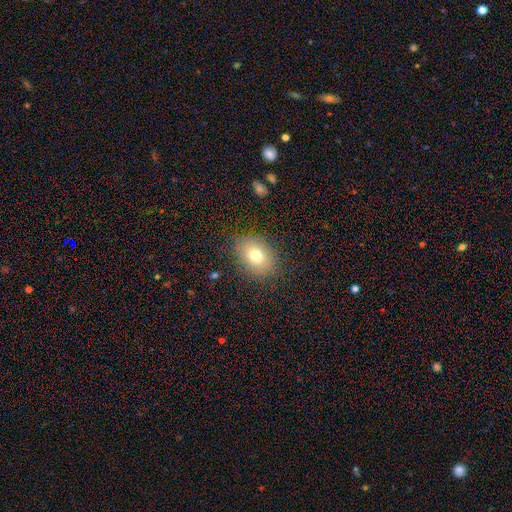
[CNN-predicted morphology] Smooth or featured? Predicted: smooth (p=0.75). How rounded? Predicted: in between (p=0.70). Merging? Predicted: none (p=0.84).